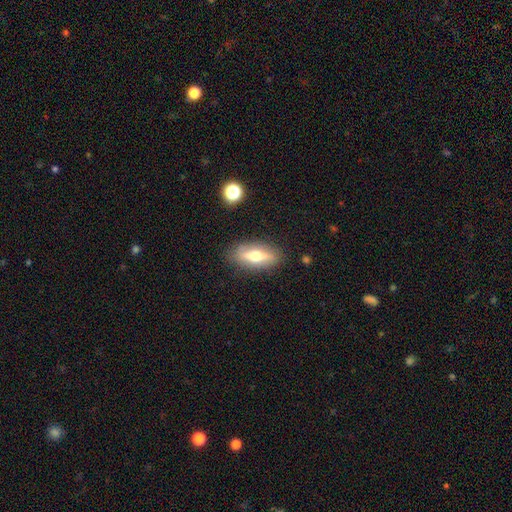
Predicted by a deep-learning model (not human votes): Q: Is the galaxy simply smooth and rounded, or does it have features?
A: featured or disk — 47%.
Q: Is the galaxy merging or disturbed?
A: none — 85%.